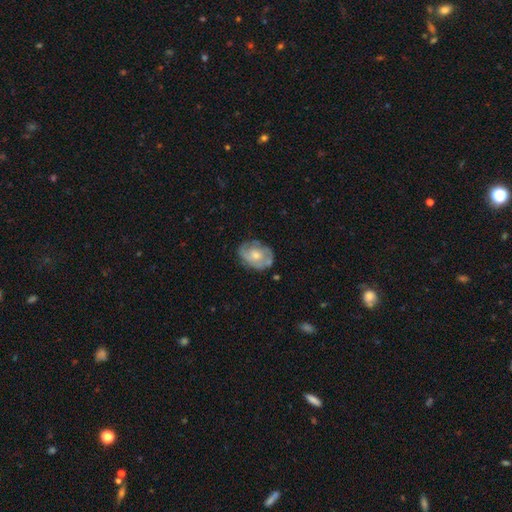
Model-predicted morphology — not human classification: Smooth or featured? Predicted: featured or disk (p=0.55). Edge-on disk? Predicted: no (p=0.96). Bar? Predicted: no (p=0.81). Spiral arms? Predicted: yes (p=0.58). Bulge size? Predicted: moderate (p=0.55). Merging? Predicted: none (p=0.64).